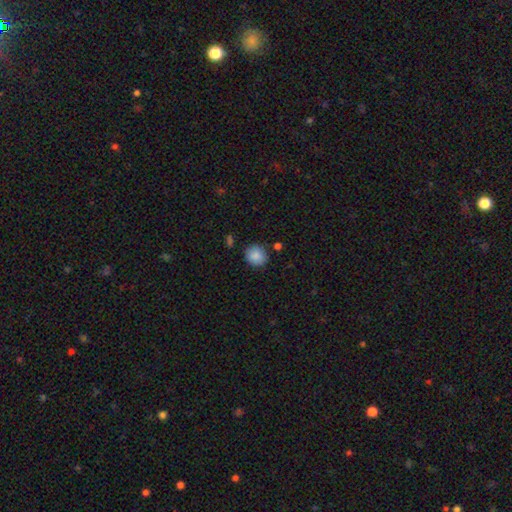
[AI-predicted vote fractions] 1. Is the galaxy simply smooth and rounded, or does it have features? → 87% smooth, 8% star or artifact, 5% featured or disk.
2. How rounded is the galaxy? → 81% round, 18% in between, 1% cigar-shaped.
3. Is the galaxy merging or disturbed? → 83% none, 11% minor disturbance, 3% merger, 3% major disturbance.